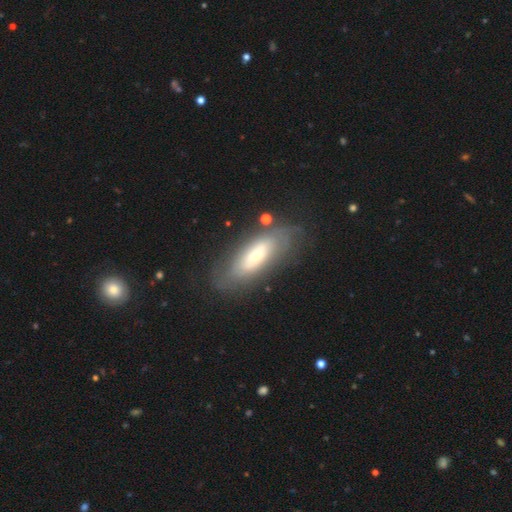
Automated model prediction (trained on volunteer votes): A featured or disk galaxy (56%).

Vote fractions:
- Smooth or featured? featured or disk: 56% / smooth: 37% / star or artifact: 7%
- Edge-on disk? no: 79% / yes: 21%
- Merging? none: 69% / minor disturbance: 18% / major disturbance: 10% / merger: 4%